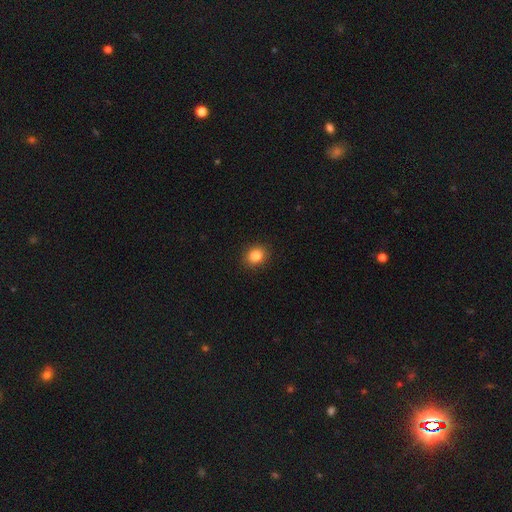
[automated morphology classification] This appears to be a smooth galaxy with no disk features (86%) that is round (68%). Merging: none (90%).